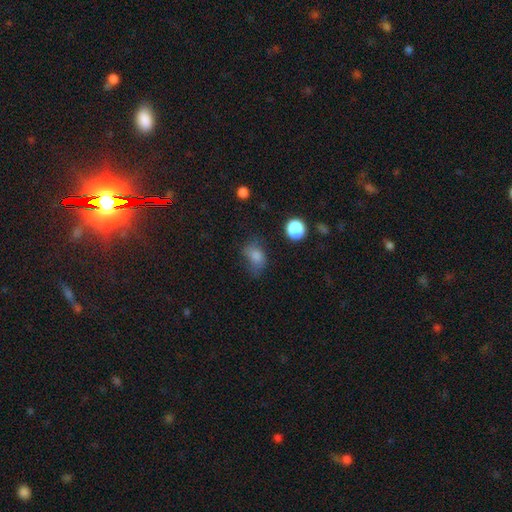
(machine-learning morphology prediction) A smooth galaxy with no disk features (78%) that is in between round and cigar-shaped (75%).

Vote fractions:
- Smooth or featured? smooth: 78% / star or artifact: 13% / featured or disk: 9%
- How rounded? in between: 75% / round: 24% / cigar-shaped: 2%
- Merging? none: 45% / minor disturbance: 32% / major disturbance: 20% / merger: 3%